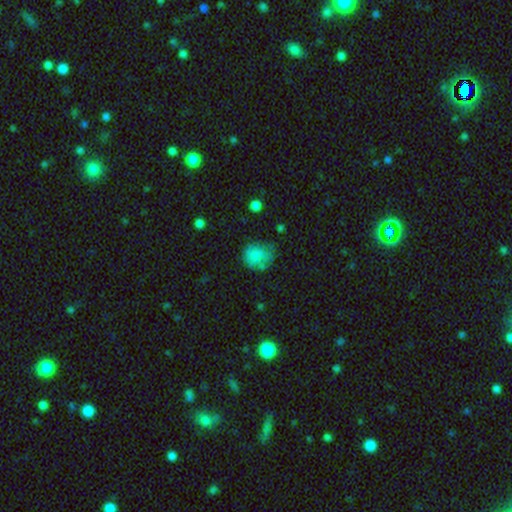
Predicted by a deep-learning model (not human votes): Smooth or featured?
  - smooth: 78% *
  - featured or disk: 11%
  - star or artifact: 10%
How rounded?
  - round: 71% *
  - in between: 28%
  - cigar-shaped: 1%
Merging?
  - none: 51% *
  - minor disturbance: 30%
  - major disturbance: 14%
  - merger: 5%